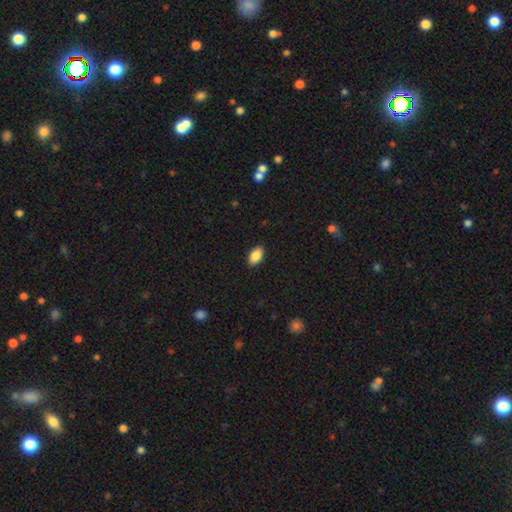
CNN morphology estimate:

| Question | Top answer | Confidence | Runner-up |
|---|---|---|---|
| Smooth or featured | smooth | 88% | star or artifact (7%) |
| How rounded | in between | 94% | round (4%) |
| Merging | none | 90% | minor disturbance (8%) |